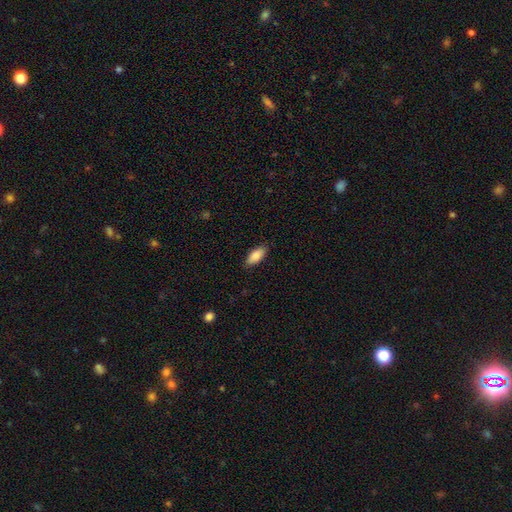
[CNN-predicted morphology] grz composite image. It shows a smooth galaxy with no disk features (85%) that is in between round and cigar-shaped (83%). Merging: none (86%).